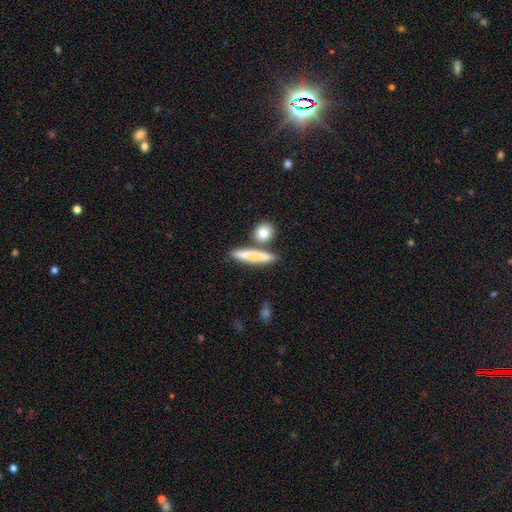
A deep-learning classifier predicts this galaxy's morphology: Q: Smooth or featured?
A: smooth (72%); runner-up: featured or disk (22%)
Q: How rounded?
A: cigar-shaped (71%); runner-up: in between (19%)
Q: Merging?
A: none (67%); runner-up: merger (16%)